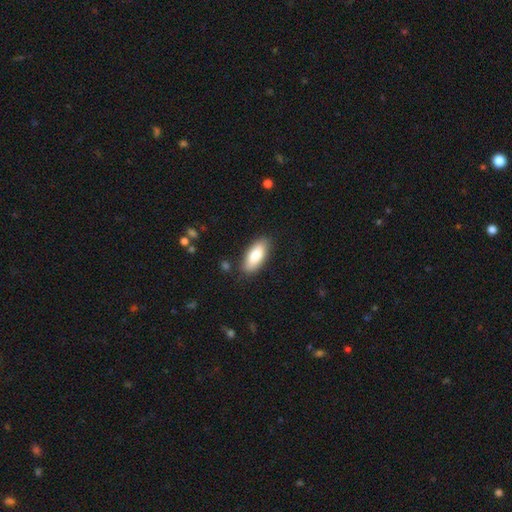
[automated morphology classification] smooth_or_featured: smooth (p=0.82) [alt: featured or disk p=0.12]
how_rounded: in between (p=0.82) [alt: cigar-shaped p=0.16]
merging: none (p=0.85) [alt: minor disturbance p=0.11]